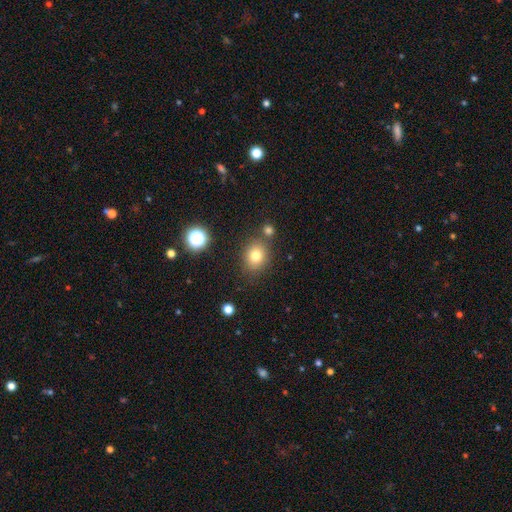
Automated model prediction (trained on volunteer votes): Overall: smooth (78%). How rounded: round (66%; in between 33%). Merging: none (76%).